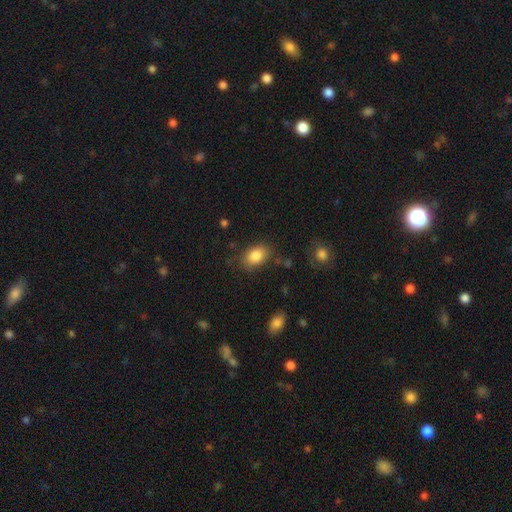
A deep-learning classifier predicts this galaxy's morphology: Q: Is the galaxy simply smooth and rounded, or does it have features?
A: smooth — 85%.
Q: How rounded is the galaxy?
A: in between — 83%.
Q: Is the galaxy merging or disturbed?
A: none — 79%.